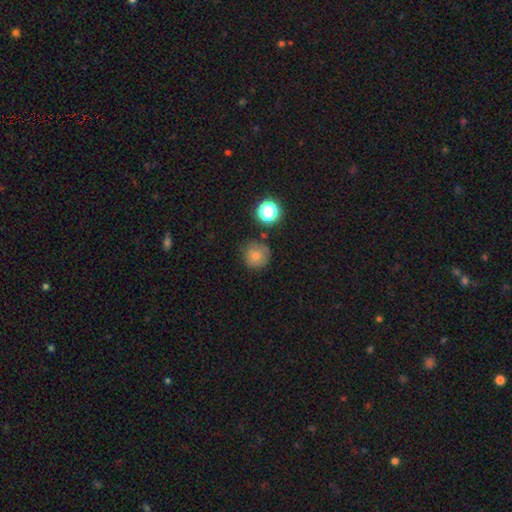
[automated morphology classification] smooth 76%, star or artifact 13%, featured or disk 10%. Down the decision tree: how rounded — round (93%); merging — none (75%).